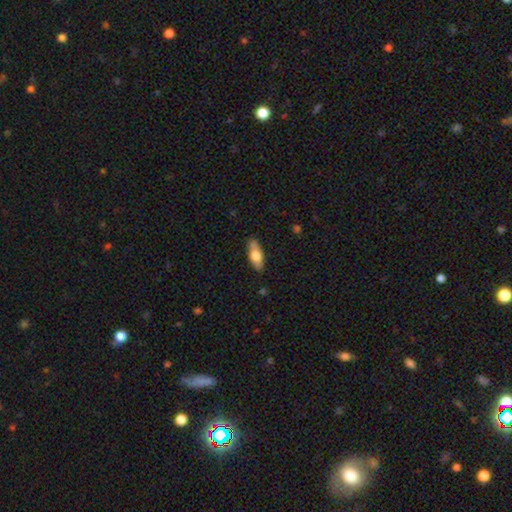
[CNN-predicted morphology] Q: Smooth or featured?
A: smooth (66%); runner-up: featured or disk (29%)
Q: How rounded?
A: in between (70%); runner-up: cigar-shaped (28%)
Q: Merging?
A: none (86%); runner-up: minor disturbance (11%)